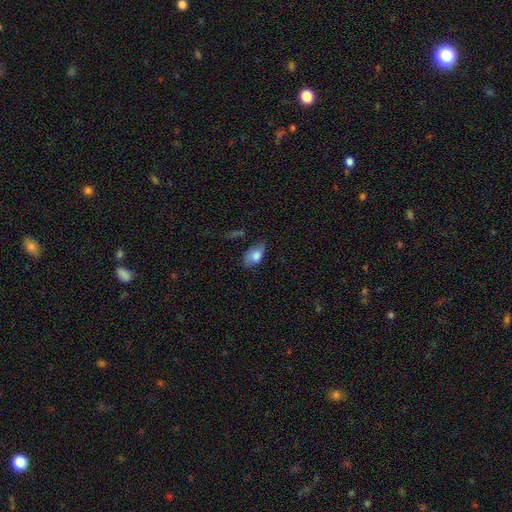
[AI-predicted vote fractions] Smooth or featured: smooth — 79% (featured or disk — 13%)
How rounded: in between — 90% (round — 7%)
Merging: none — 49% (minor disturbance — 36%)